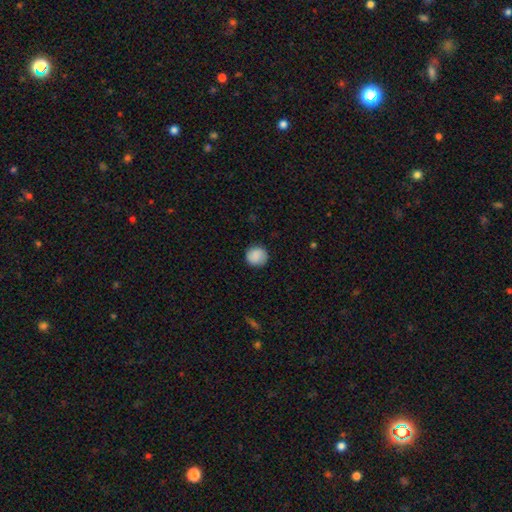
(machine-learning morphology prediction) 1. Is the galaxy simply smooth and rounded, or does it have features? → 84% smooth, 8% featured or disk, 7% star or artifact.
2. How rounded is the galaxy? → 91% round, 8% in between, 1% cigar-shaped.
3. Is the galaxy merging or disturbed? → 87% none, 9% minor disturbance, 3% major disturbance, 1% merger.